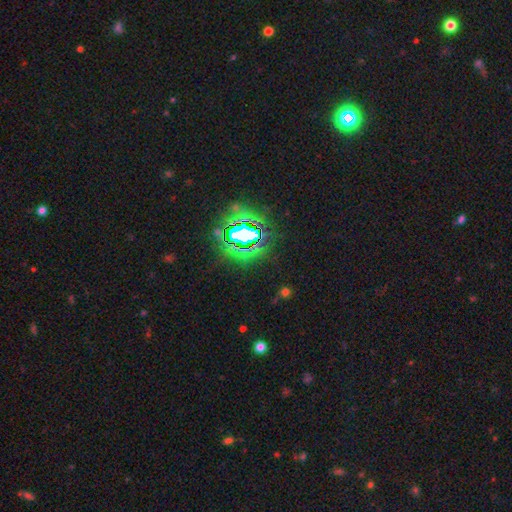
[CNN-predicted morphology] This appears to be a star or artifact, not a galaxy (82%).